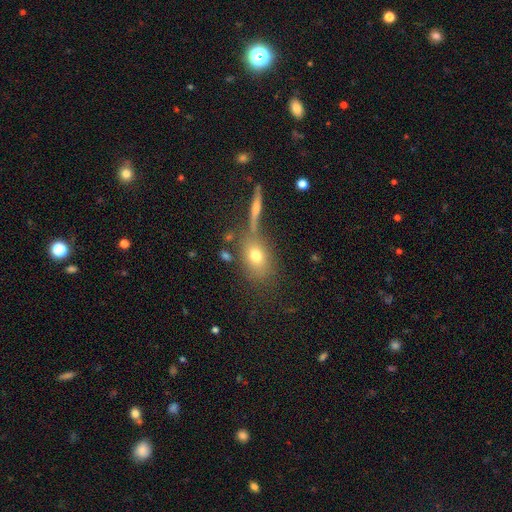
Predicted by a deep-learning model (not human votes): smooth-or-featured: smooth: 70% | featured or disk: 18% | star or artifact: 11%
  how-rounded: in between: 71% | round: 24% | cigar-shaped: 4%
  merging: none: 65% | merger: 15% | minor disturbance: 13% | major disturbance: 6%